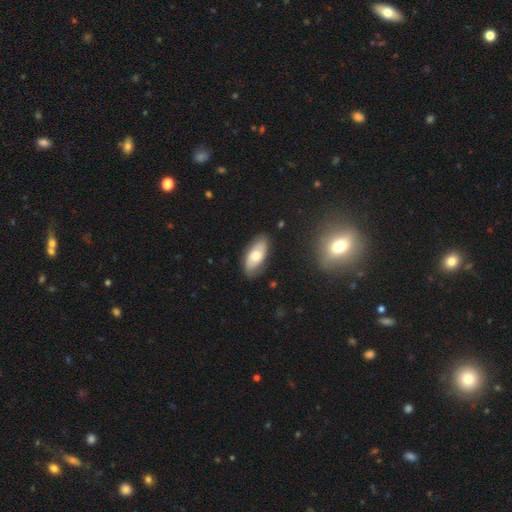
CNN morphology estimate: Smooth or featured?
  - smooth: 53% *
  - featured or disk: 41%
  - star or artifact: 6%
How rounded?
  - in between: 89% *
  - cigar-shaped: 8%
  - round: 3%
Merging?
  - none: 80% *
  - minor disturbance: 15%
  - major disturbance: 3%
  - merger: 2%